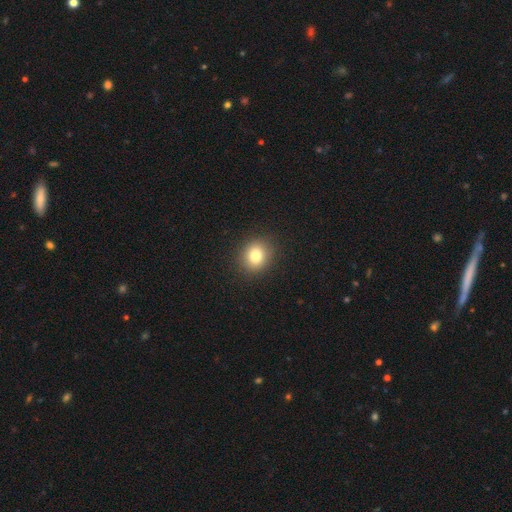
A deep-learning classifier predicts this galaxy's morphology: Smooth or featured: smooth — 80% (star or artifact — 12%)
How rounded: round — 77% (in between — 22%)
Merging: none — 90% (minor disturbance — 6%)